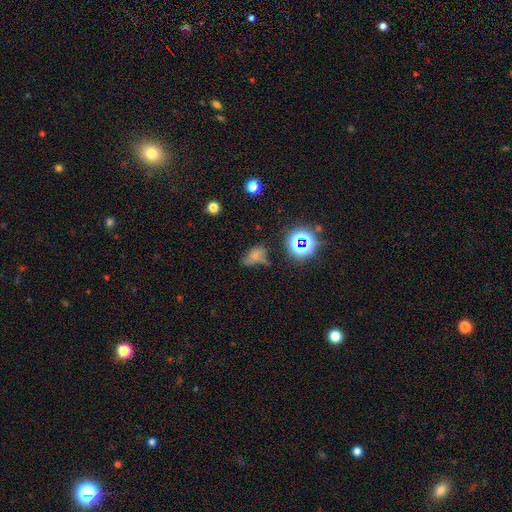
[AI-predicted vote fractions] Smooth or featured: smooth — 59% (star or artifact — 26%)
How rounded: in between — 79% (round — 17%)
Merging: none — 44% (minor disturbance — 29%)